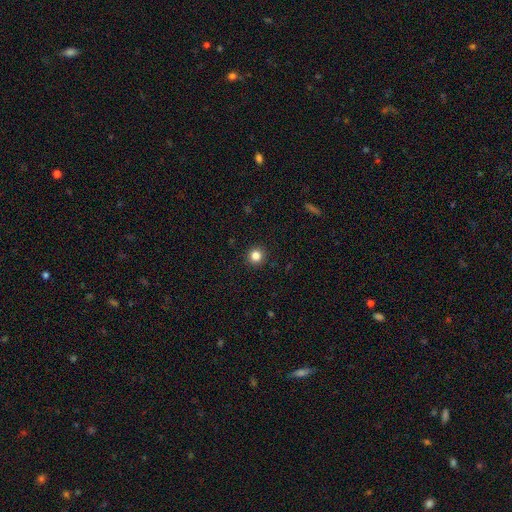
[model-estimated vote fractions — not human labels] A smooth galaxy with no disk features (84%) that is round (95%).

Vote fractions:
- Smooth or featured? smooth: 84% / star or artifact: 12% / featured or disk: 5%
- How rounded? round: 95% / in between: 4% / cigar-shaped: 1%
- Merging? none: 93% / minor disturbance: 4% / major disturbance: 2% / merger: 1%